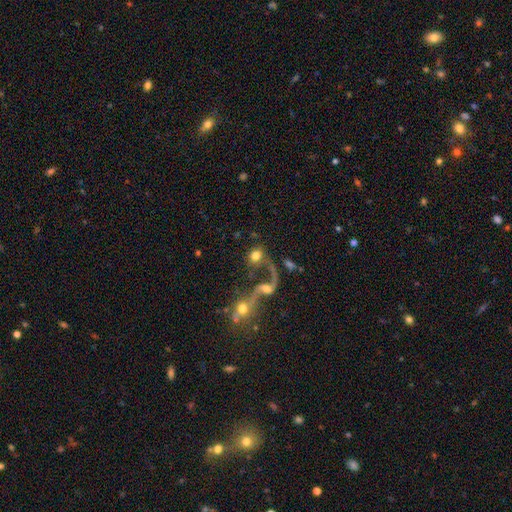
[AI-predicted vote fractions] Overall: smooth (66%). How rounded: round (79%). Merging: none (42%; merger 37%).